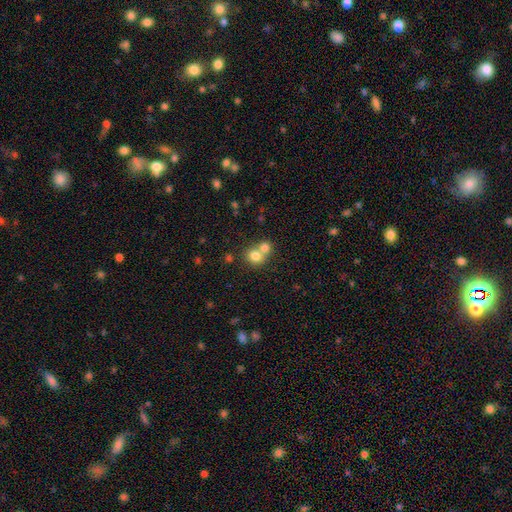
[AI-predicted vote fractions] Smooth or featured? smooth (76%)
How rounded? round (79%)
Merging? merger (59%)